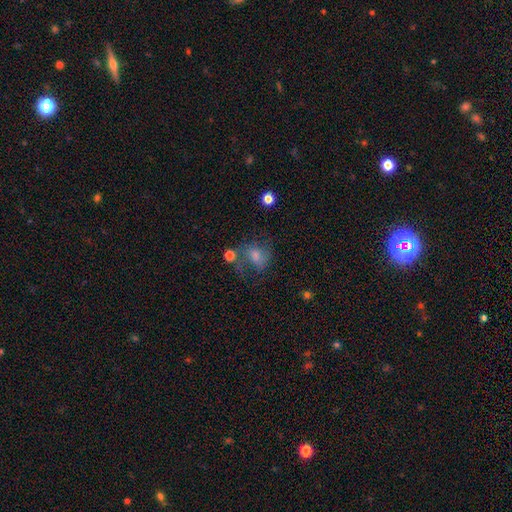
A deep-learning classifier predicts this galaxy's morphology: Smooth or featured? smooth (45%)
Merging? none (46%)